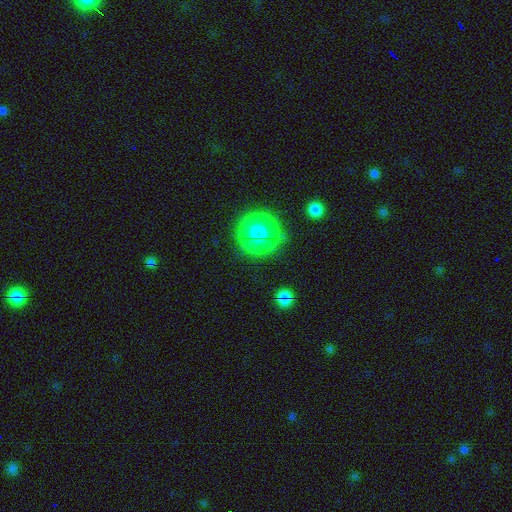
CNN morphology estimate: Smooth or featured? star or artifact (63%)